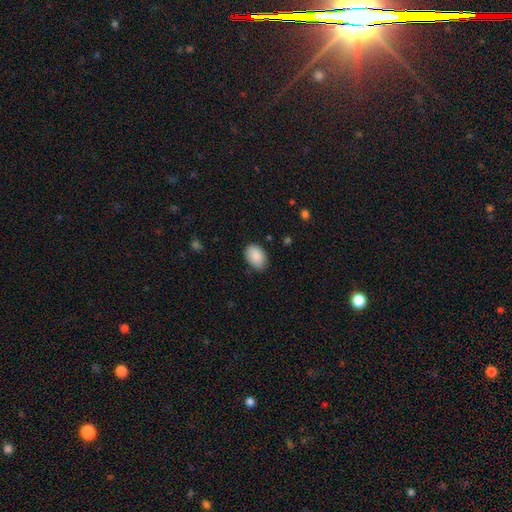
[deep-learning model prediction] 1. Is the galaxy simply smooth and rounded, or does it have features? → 89% smooth, 7% star or artifact, 5% featured or disk.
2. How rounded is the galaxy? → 88% in between, 11% round, 1% cigar-shaped.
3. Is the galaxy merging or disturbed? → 79% none, 17% minor disturbance, 3% major disturbance, 1% merger.